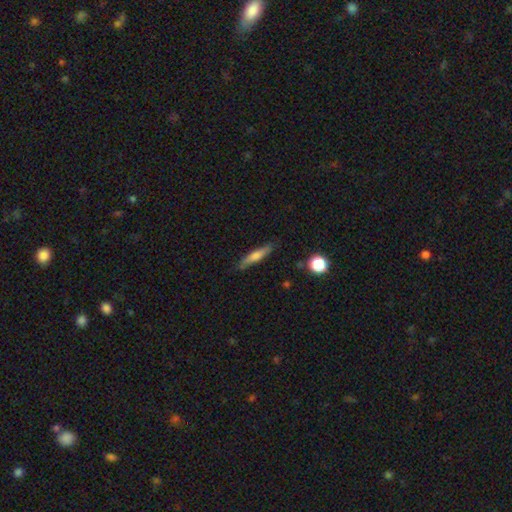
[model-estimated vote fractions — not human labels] Q: Smooth or featured?
A: smooth (61%); runner-up: featured or disk (32%)
Q: How rounded?
A: cigar-shaped (85%); runner-up: in between (12%)
Q: Merging?
A: none (82%); runner-up: minor disturbance (14%)